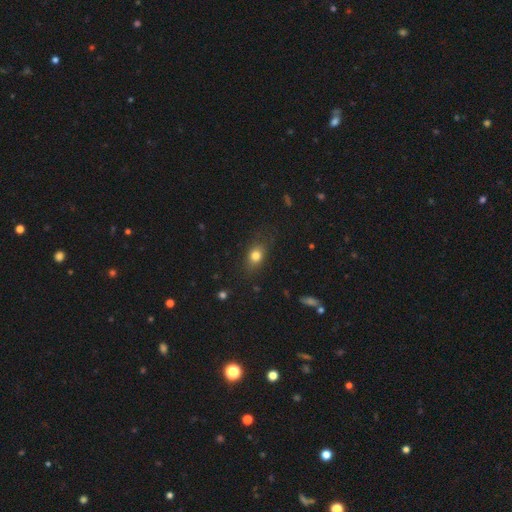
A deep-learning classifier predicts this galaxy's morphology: This is likely a smooth galaxy (79%). How rounded: likely in between (67%). Merging: likely none (74%).